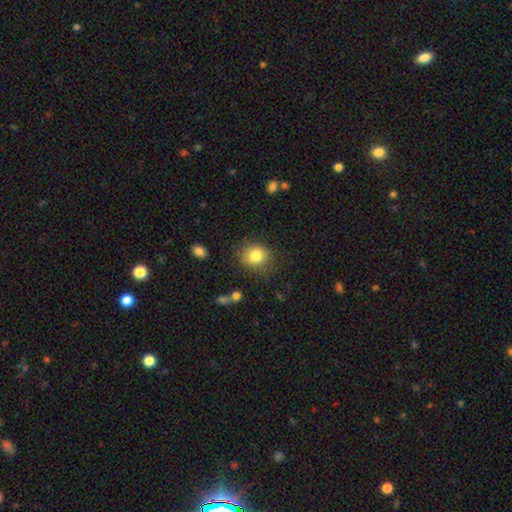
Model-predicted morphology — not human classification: The model was most divided on "how rounded": round: 70%, in between: 29%, cigar-shaped: 1%. More confident: merging — none (82%); smooth or featured — smooth (82%).